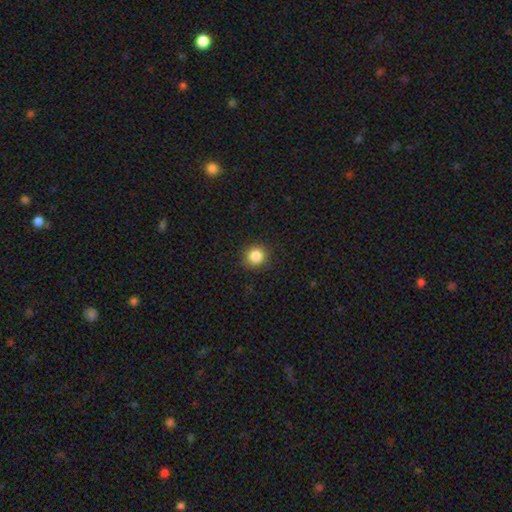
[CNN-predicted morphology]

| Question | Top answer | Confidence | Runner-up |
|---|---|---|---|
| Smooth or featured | smooth | 85% | star or artifact (11%) |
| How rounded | round | 92% | in between (7%) |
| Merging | none | 89% | minor disturbance (8%) |